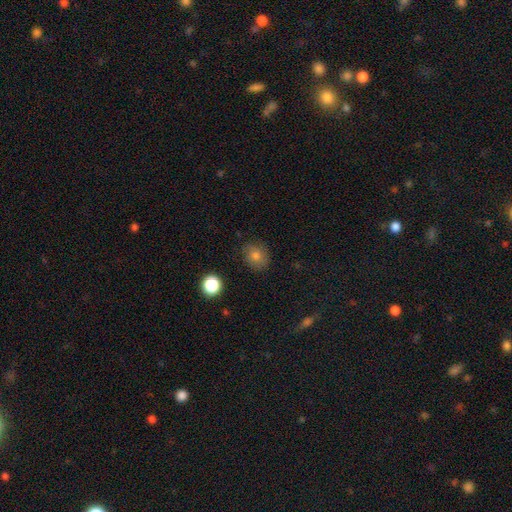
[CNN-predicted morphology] type=smooth (77%); roundness=round (72%); merging=none (82%).